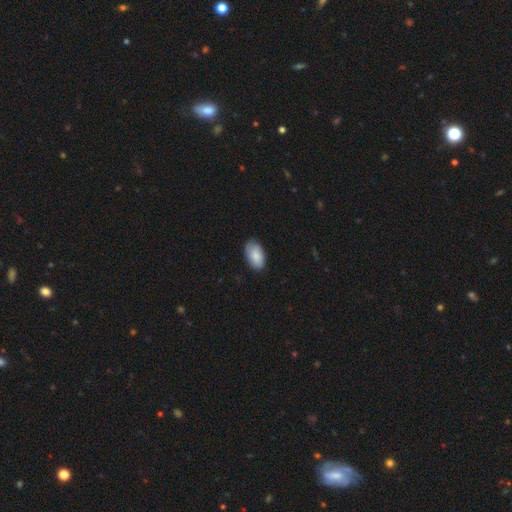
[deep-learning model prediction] Smooth or featured? smooth (87%)
How rounded? in between (94%)
Merging? none (82%)